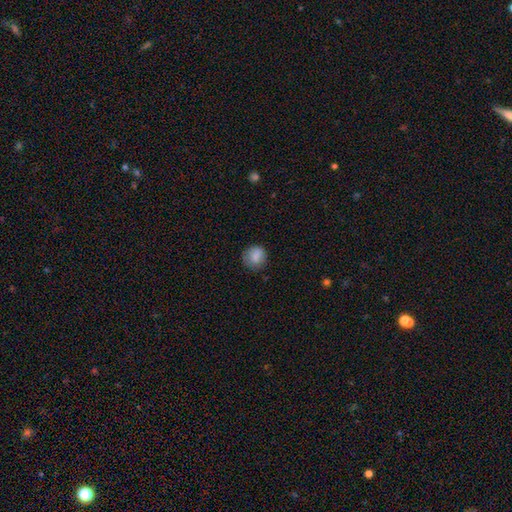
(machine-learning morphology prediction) Smooth or featured: smooth — 85% (star or artifact — 8%)
How rounded: round — 82% (in between — 17%)
Merging: none — 78% (minor disturbance — 17%)